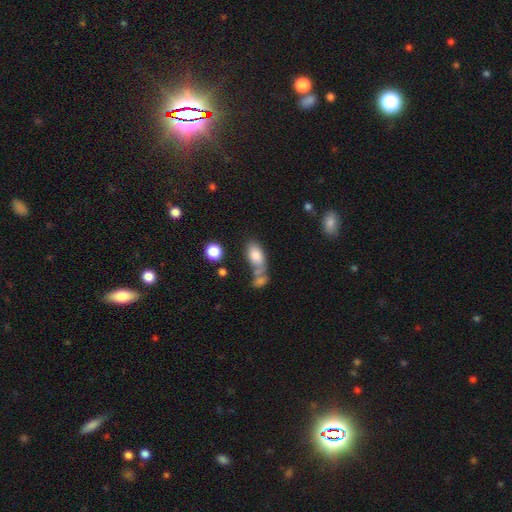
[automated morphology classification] Q: Smooth or featured?
A: smooth (81%); runner-up: featured or disk (12%)
Q: How rounded?
A: in between (91%); runner-up: round (6%)
Q: Merging?
A: merger (39%); tied with: none (39%)